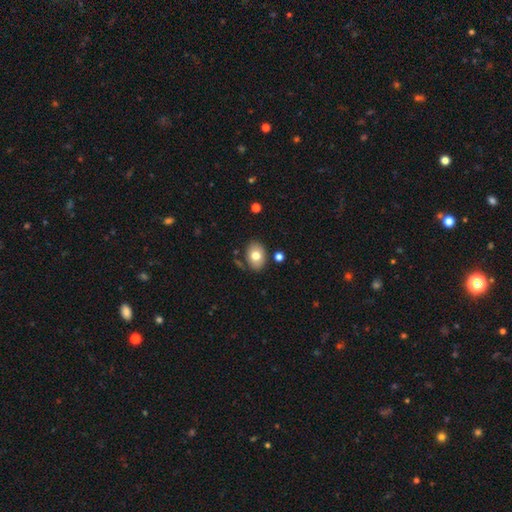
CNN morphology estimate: Smooth or featured?
  - smooth: 77% *
  - featured or disk: 15%
  - star or artifact: 8%
How rounded?
  - in between: 73% *
  - round: 26%
  - cigar-shaped: 1%
Merging?
  - none: 82% *
  - minor disturbance: 11%
  - merger: 4%
  - major disturbance: 3%